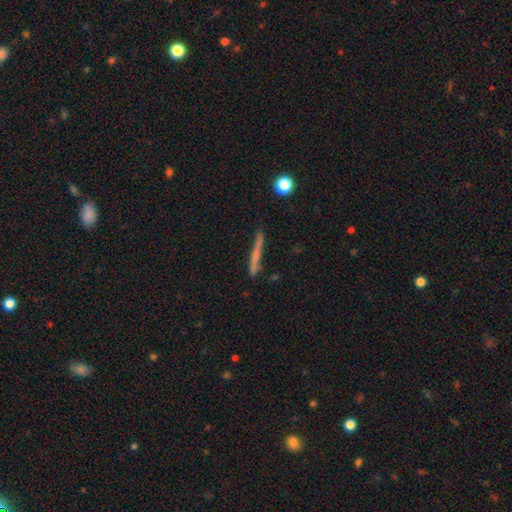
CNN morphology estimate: Smooth or featured? smooth (57%)
How rounded? cigar-shaped (95%)
Merging? none (81%)